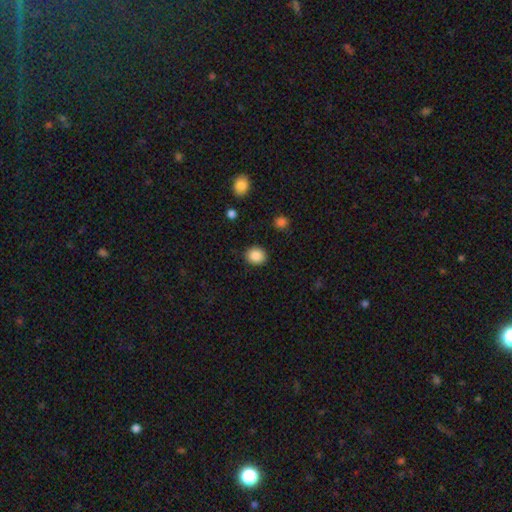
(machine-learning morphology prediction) This is clearly a smooth galaxy (87%). How rounded: likely round (68%). Merging: clearly none (89%).